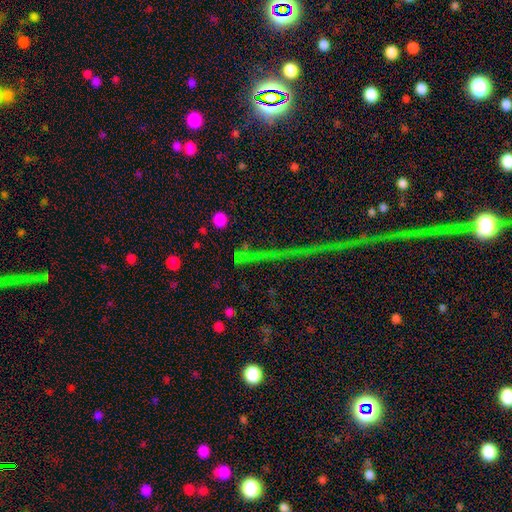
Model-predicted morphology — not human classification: smooth_or_featured: star or artifact (p=0.49) [alt: smooth p=0.40]